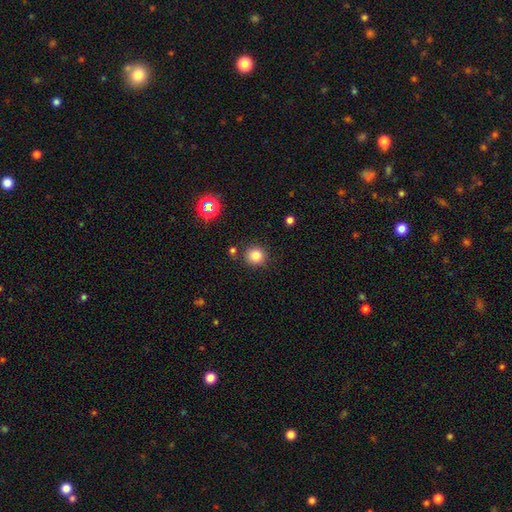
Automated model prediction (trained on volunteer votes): smooth 81%, star or artifact 13%, featured or disk 5%. Down the decision tree: how rounded — round (92%); merging — none (85%).